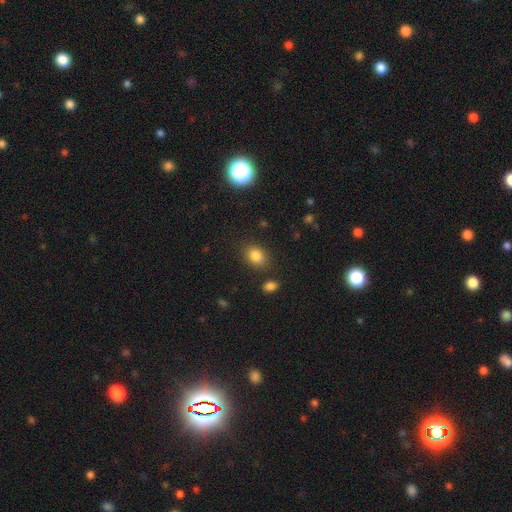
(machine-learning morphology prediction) The model was most divided on "how rounded": in between: 58%, round: 40%, cigar-shaped: 1%. More confident: smooth or featured — smooth (82%); merging — none (77%).